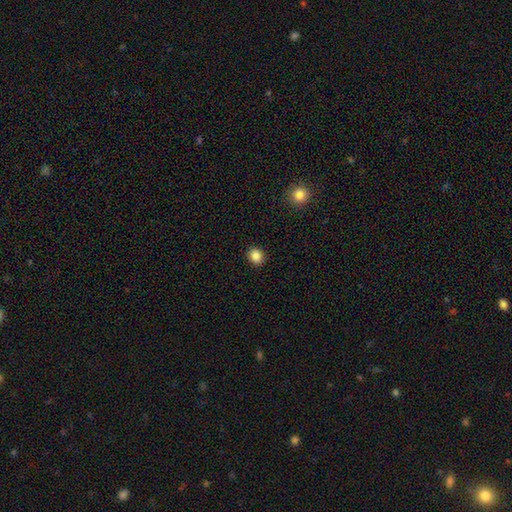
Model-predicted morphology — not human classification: Smooth or featured? smooth (86%)
How rounded? round (66%)
Merging? none (91%)